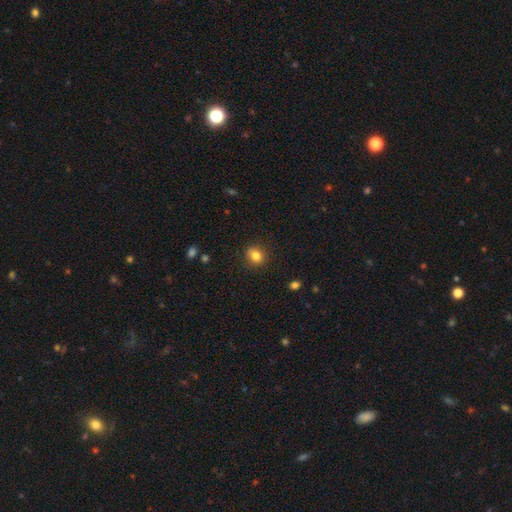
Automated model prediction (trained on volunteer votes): Smooth or featured? Predicted: smooth (p=0.82). How rounded? Predicted: round (p=0.71). Merging? Predicted: none (p=0.79).